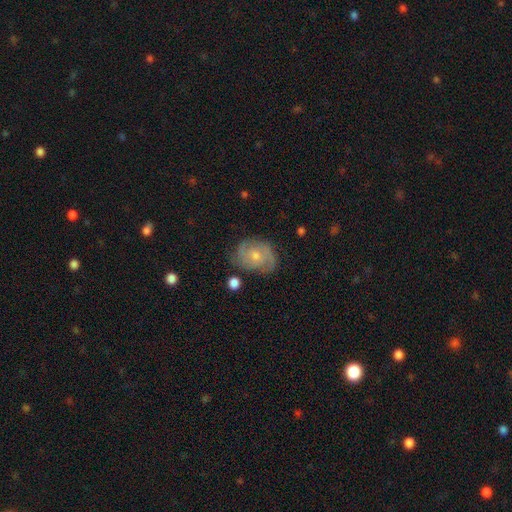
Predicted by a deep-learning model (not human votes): Morphology: type=featured or disk (69%); edge-on=no (97%); bar=no (69%); spiral arms=yes (90%); winding=tight (44%); arm count=2 (52%); bulge=moderate (48%); merging=none (71%).